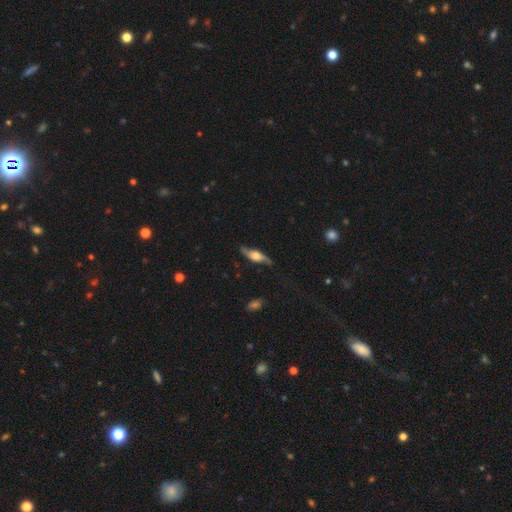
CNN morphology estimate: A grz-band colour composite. It shows a featured or disk galaxy (68%) viewed edge-on (58%). Merging: none (76%).